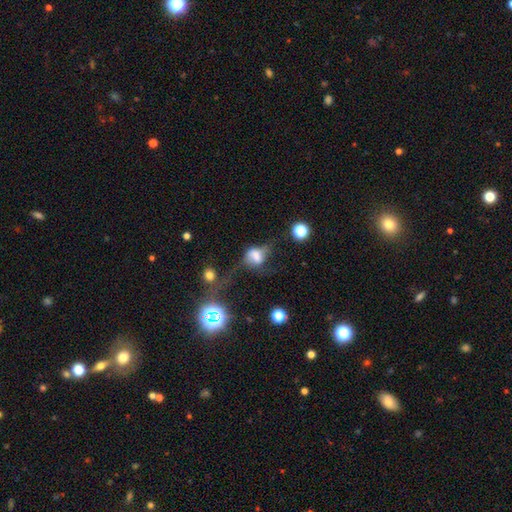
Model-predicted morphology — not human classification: Smooth or featured: smooth — 52% (featured or disk — 33%)
How rounded: in between — 60% (round — 37%)
Merging: major disturbance — 36% (none — 27%)